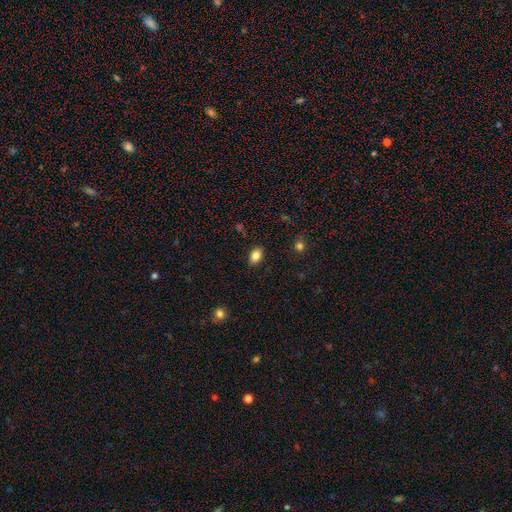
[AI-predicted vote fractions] A smooth galaxy with no disk features (84%) that is in between round and cigar-shaped (85%). Merging: none (86%).